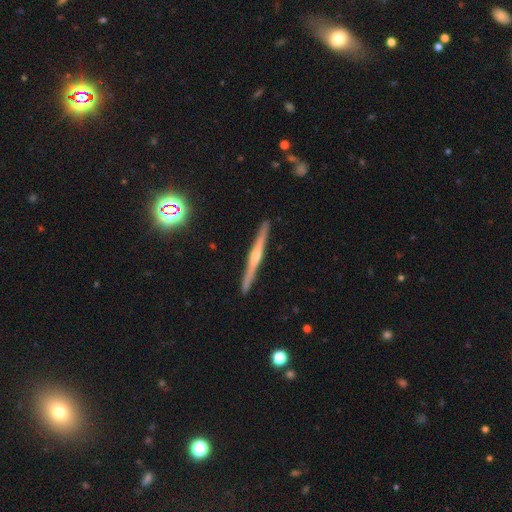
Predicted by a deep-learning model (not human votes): Overall: featured or disk (73%). Edge-on disk: yes (98%). Edge-on bulge: rounded (68%). Merging: none (92%).